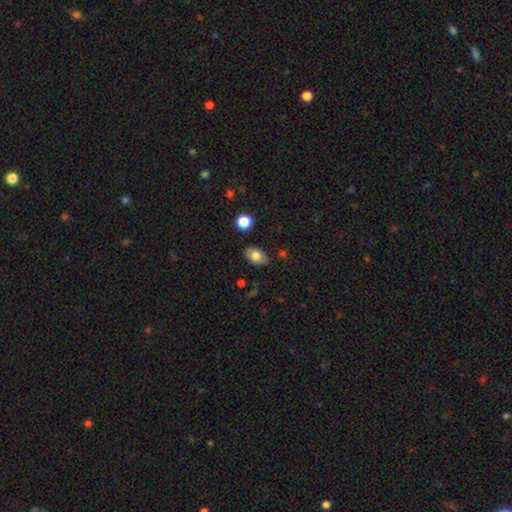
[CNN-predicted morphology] Q: Smooth or featured?
A: smooth (77%); runner-up: featured or disk (15%)
Q: How rounded?
A: in between (83%); runner-up: round (15%)
Q: Merging?
A: none (83%); runner-up: minor disturbance (12%)